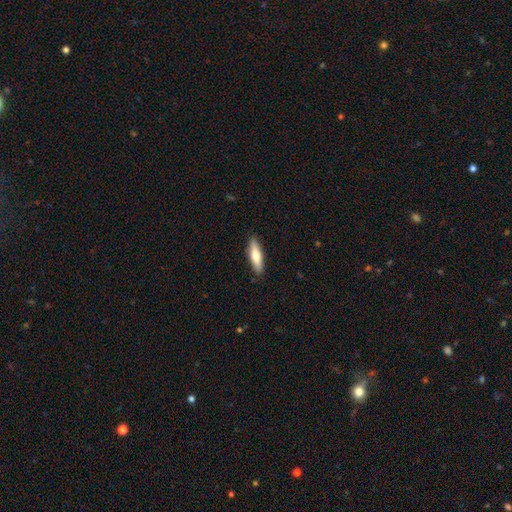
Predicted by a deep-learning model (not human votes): A smooth galaxy with no disk features (69%) that is cigar-shaped (65%).

Vote fractions:
- Smooth or featured? smooth: 69% / featured or disk: 25% / star or artifact: 5%
- How rounded? cigar-shaped: 65% / in between: 34% / round: 2%
- Merging? none: 89% / minor disturbance: 8% / major disturbance: 2% / merger: 1%